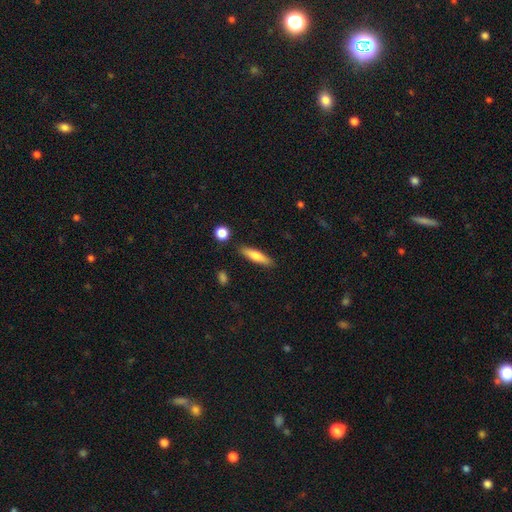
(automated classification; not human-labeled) Smooth or featured?
  - smooth: 70% *
  - featured or disk: 24%
  - star or artifact: 6%
How rounded?
  - cigar-shaped: 75% *
  - in between: 23%
  - round: 2%
Merging?
  - none: 86% *
  - minor disturbance: 9%
  - merger: 3%
  - major disturbance: 2%